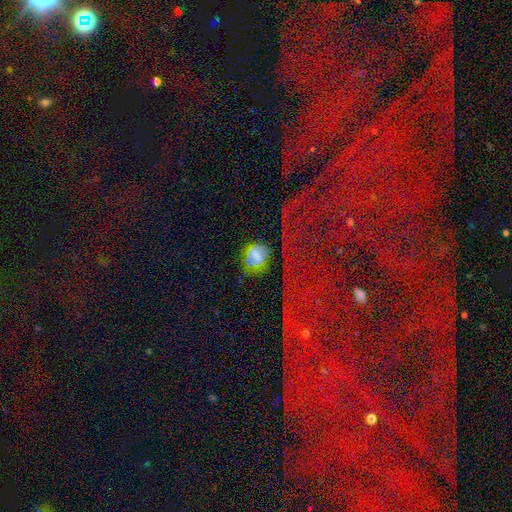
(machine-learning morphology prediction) type=smooth (52%); roundness=round (54%); merging=none (59%).